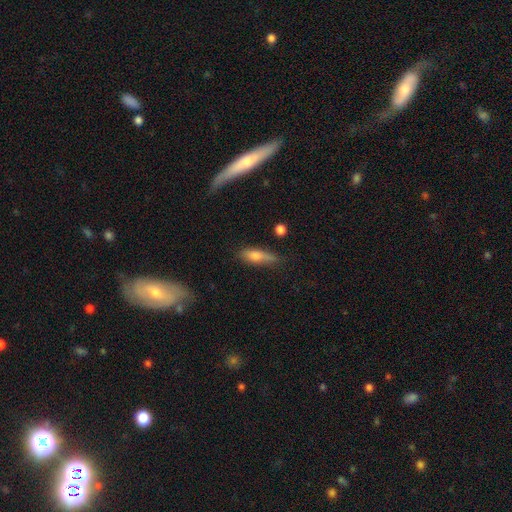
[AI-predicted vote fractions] A smooth galaxy with no disk features (66%) that is cigar-shaped (52%).

Vote fractions:
- Smooth or featured? smooth: 66% / featured or disk: 26% / star or artifact: 8%
- How rounded? cigar-shaped: 52% / in between: 45% / round: 3%
- Merging? none: 61% / minor disturbance: 28% / major disturbance: 7% / merger: 4%